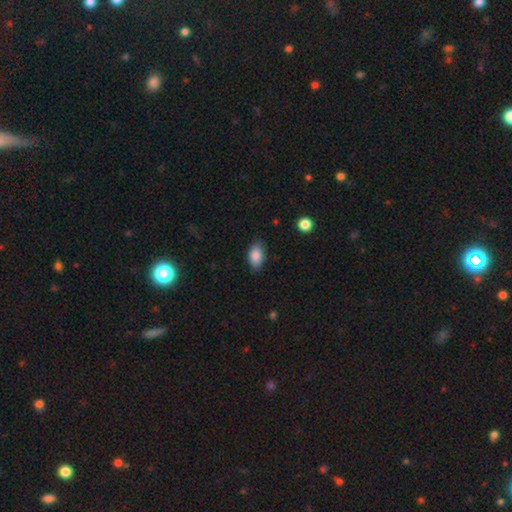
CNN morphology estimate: This appears to be a smooth galaxy with no disk features (87%) that is in between round and cigar-shaped (92%). Merging: none (82%).